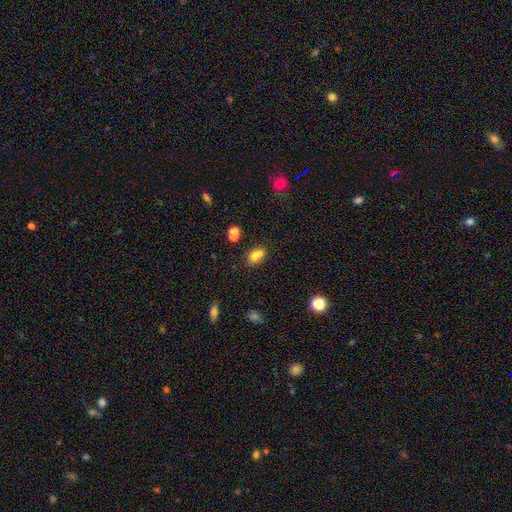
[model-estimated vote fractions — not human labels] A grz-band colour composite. It shows a smooth galaxy with no disk features (71%) that is in between round and cigar-shaped (61%). Merging: none (45%).